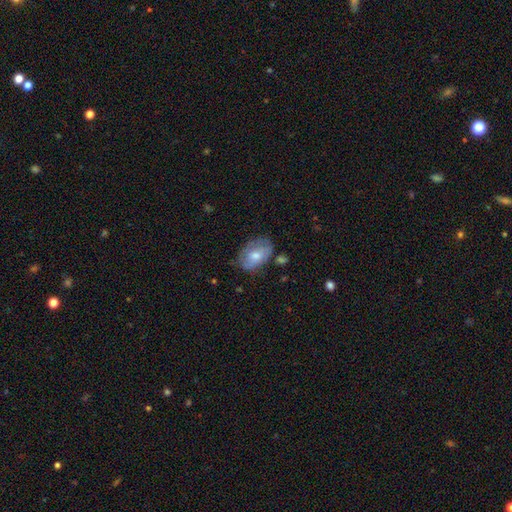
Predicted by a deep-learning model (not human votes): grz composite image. It shows a smooth galaxy with no disk features (57%) that is in between round and cigar-shaped (87%). Merging: none (58%).